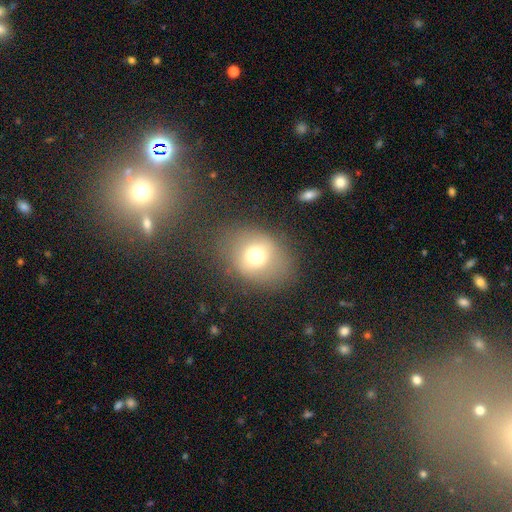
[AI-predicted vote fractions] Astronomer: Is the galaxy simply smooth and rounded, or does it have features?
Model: smooth — 71%.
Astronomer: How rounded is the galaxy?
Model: in between — 54% (runner-up: round, 45%).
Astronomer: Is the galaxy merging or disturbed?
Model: none — 67%.